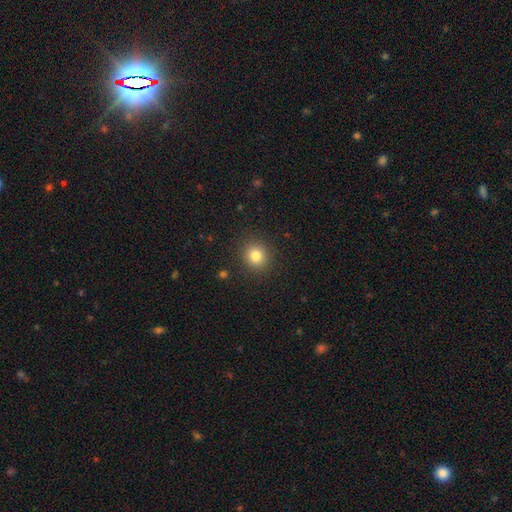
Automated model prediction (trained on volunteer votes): This appears to be a smooth galaxy with no disk features (81%) that is round (88%). Merging: none (90%).